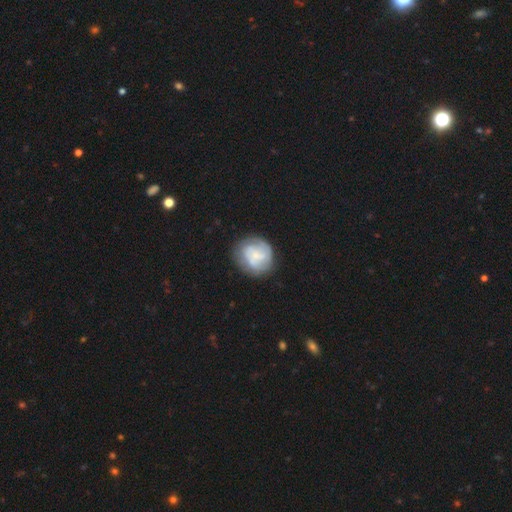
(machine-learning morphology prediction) Q: Smooth or featured?
A: featured or disk (53%); runner-up: smooth (40%)
Q: Edge-on disk?
A: no (98%); runner-up: yes (2%)
Q: Bar?
A: no (64%); runner-up: weak (30%)
Q: Spiral arms?
A: yes (71%); runner-up: no (29%)
Q: Bulge size?
A: small (58%); runner-up: moderate (20%)
Q: Merging?
A: none (67%); runner-up: minor disturbance (20%)